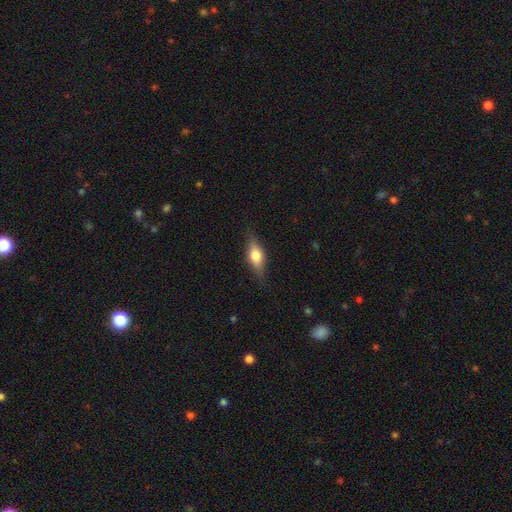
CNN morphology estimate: Smooth or featured? Predicted: smooth (p=0.63). How rounded? Predicted: in between (p=0.72). Merging? Predicted: none (p=0.81).